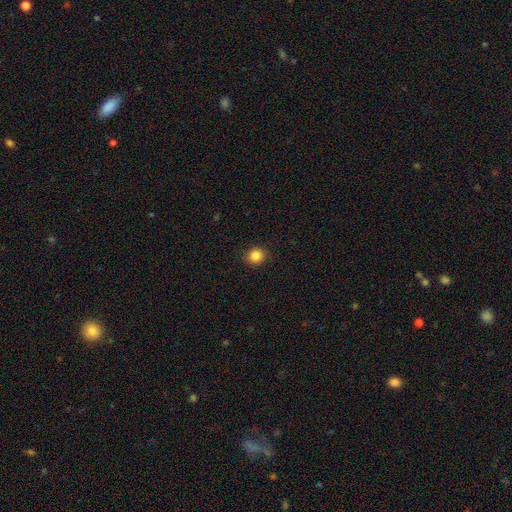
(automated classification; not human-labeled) smooth 85%, star or artifact 10%, featured or disk 4%. Down the decision tree: how rounded — round (86%); merging — none (91%).